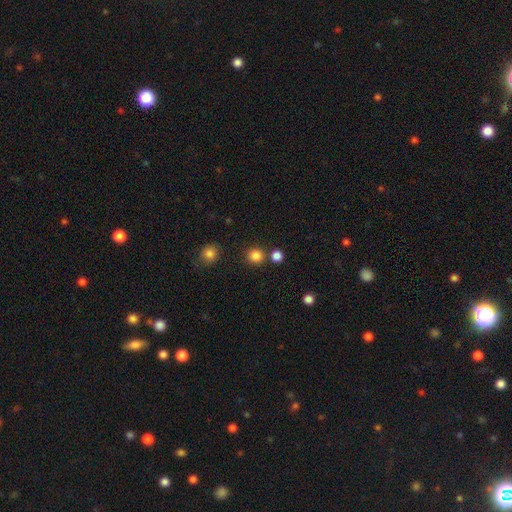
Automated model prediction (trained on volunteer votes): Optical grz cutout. It shows a smooth galaxy with no disk features (83%) that is round (92%). Merging: none (80%).